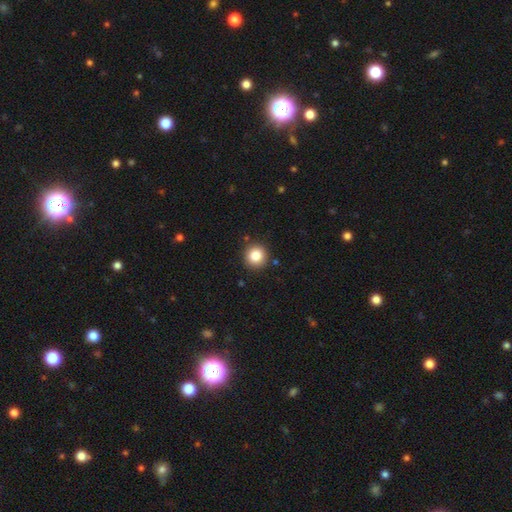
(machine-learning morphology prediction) Q: Smooth or featured?
A: smooth (84%); runner-up: star or artifact (10%)
Q: How rounded?
A: round (94%); runner-up: in between (6%)
Q: Merging?
A: none (90%); runner-up: minor disturbance (6%)